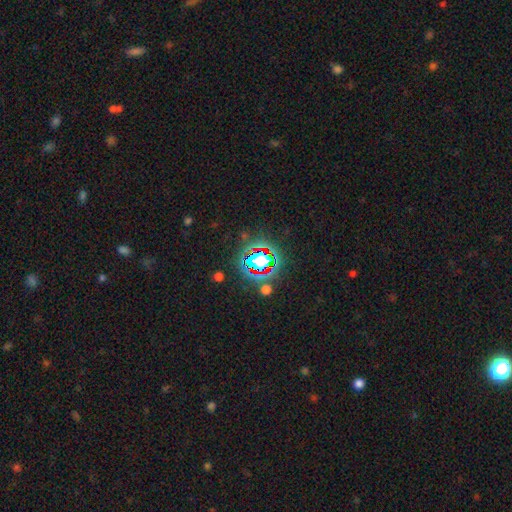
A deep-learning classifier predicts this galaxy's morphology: Q: Smooth or featured?
A: star or artifact (81%); runner-up: smooth (11%)